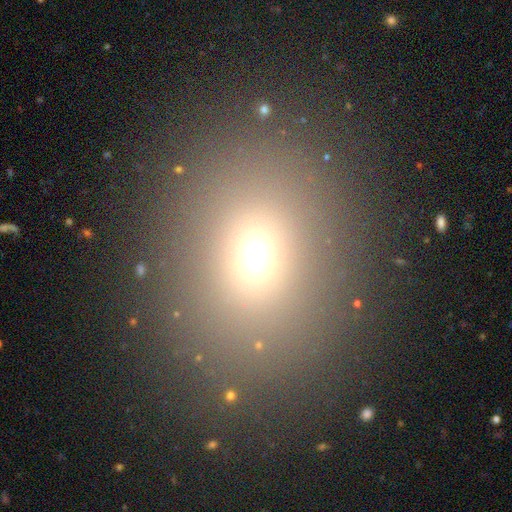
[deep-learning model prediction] Morphology: type=smooth (67%); roundness=round (62%); merging=none (84%).